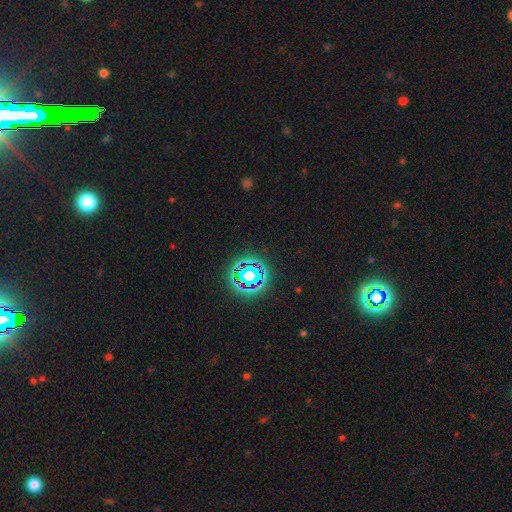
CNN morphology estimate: Overall: star or artifact (77%).